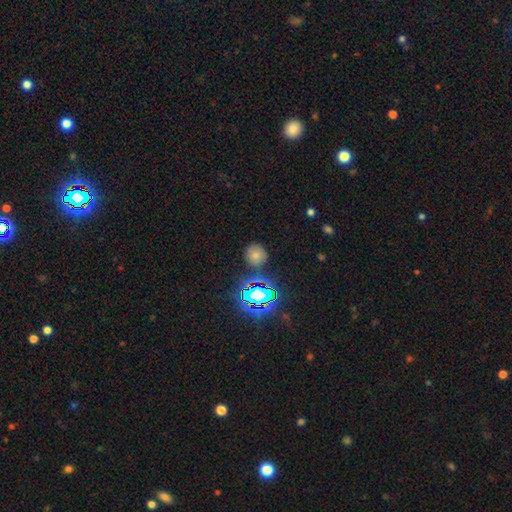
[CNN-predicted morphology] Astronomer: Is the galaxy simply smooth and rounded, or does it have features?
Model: smooth — 68%.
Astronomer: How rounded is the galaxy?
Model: round — 89%.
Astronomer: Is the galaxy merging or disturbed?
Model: none — 82%.